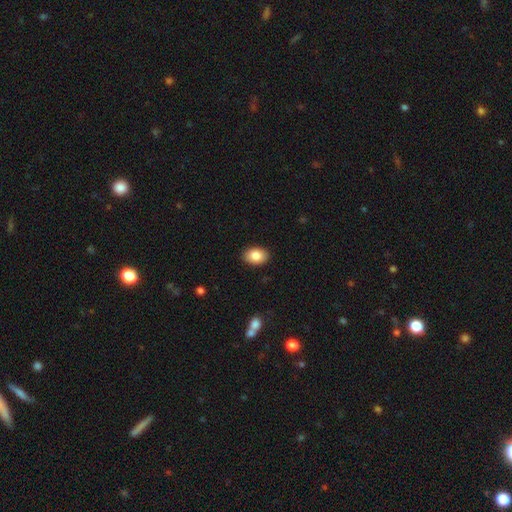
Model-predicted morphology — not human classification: smooth_or_featured: smooth (p=0.85) [alt: star or artifact p=0.07]
how_rounded: in between (p=0.83) [alt: round p=0.16]
merging: none (p=0.90) [alt: minor disturbance p=0.07]